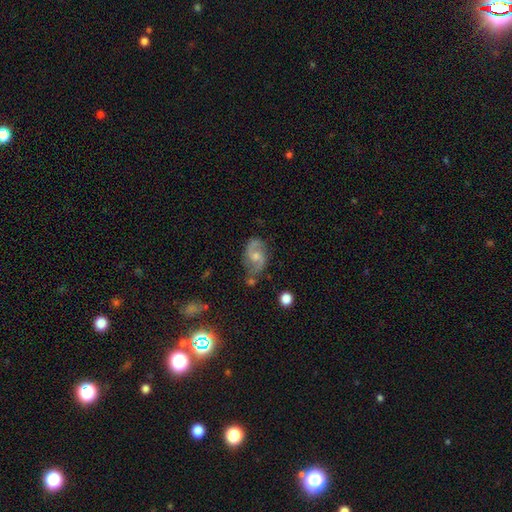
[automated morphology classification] The model was most divided on "spiral winding": medium: 47%, loose: 39%, tight: 14%. More confident: edge-on disk — no (97%); spiral arms — yes (92%); spiral arm count — 2 (89%); smooth or featured — featured or disk (73%); merging — none (64%); bar — no (57%); bulge size — moderate (52%).